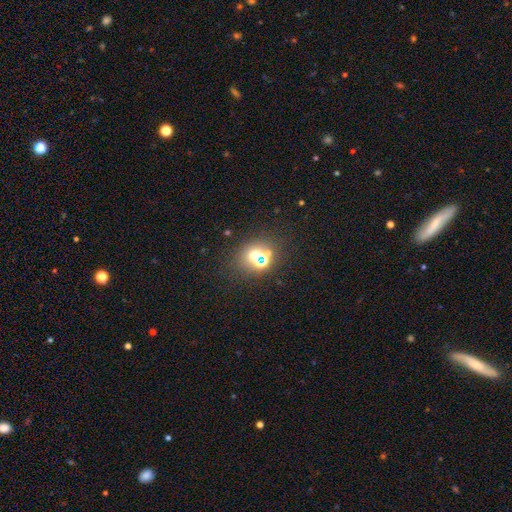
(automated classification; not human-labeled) This appears to be a star or artifact, not a galaxy (43%, tied with smooth).